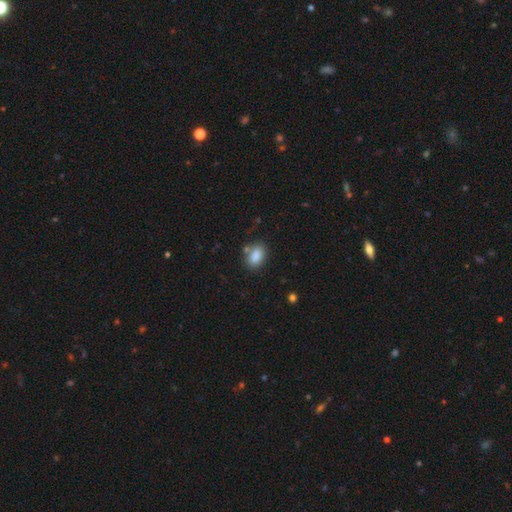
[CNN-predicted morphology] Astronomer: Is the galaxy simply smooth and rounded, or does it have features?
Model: smooth — 86%.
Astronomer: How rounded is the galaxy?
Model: in between — 86%.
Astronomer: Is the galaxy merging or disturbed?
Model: none — 71%.